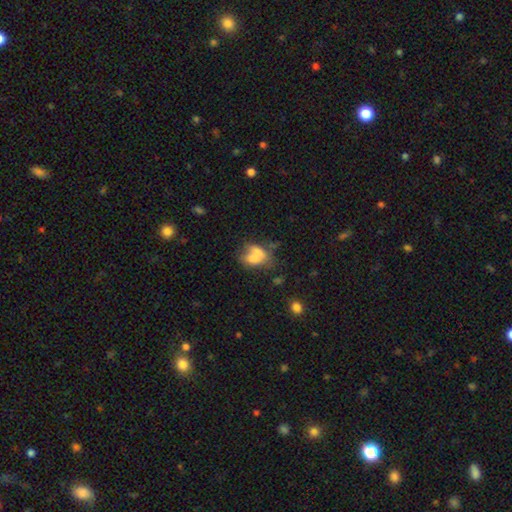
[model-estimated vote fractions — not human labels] Morphology: type=smooth (62%); roundness=in between (75%); merging=merger (51%).